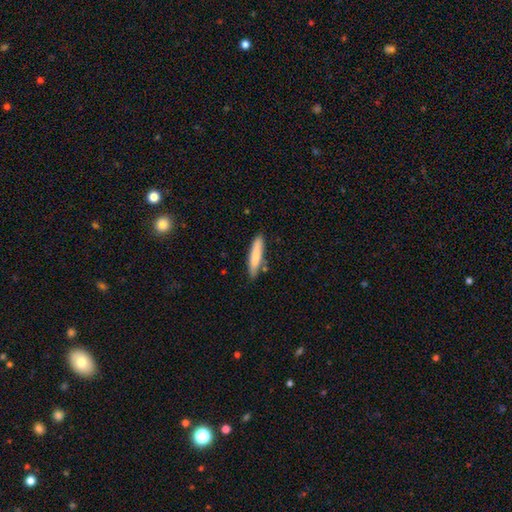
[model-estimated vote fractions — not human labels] Smooth or featured: smooth — 80% (featured or disk — 15%)
How rounded: cigar-shaped — 85% (in between — 14%)
Merging: none — 81% (minor disturbance — 13%)